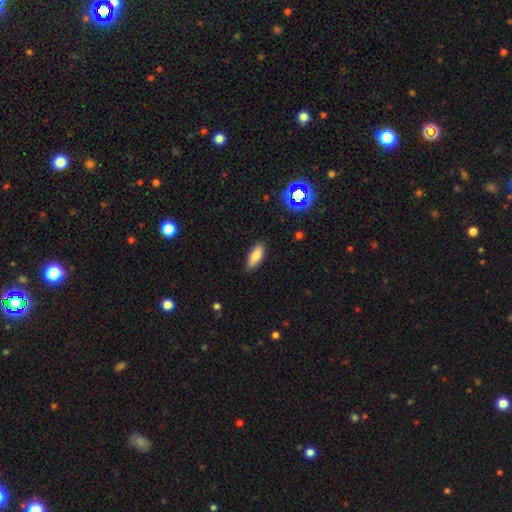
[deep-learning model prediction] A smooth galaxy with no disk features (82%) that is in between round and cigar-shaped (76%). Merging: none (85%).